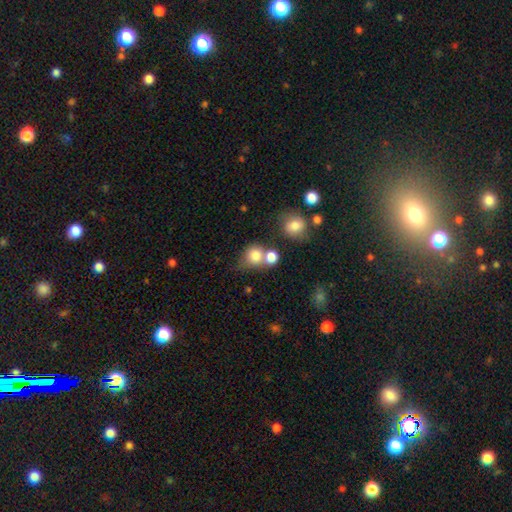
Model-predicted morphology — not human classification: smooth 79%, star or artifact 11%, featured or disk 9%. Down the decision tree: how rounded — round (78%); merging — none (43%).